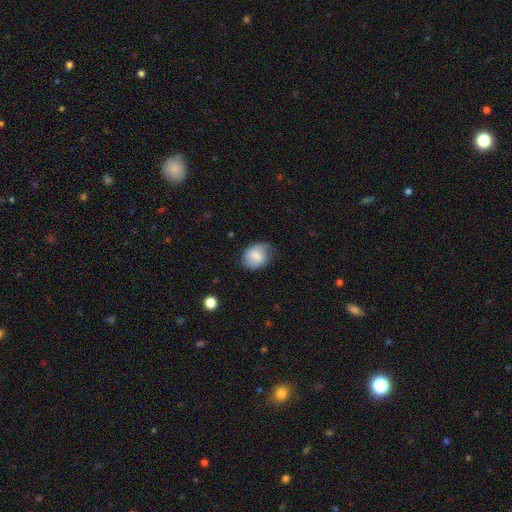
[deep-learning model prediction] smooth_or_featured: smooth (p=0.71) [alt: featured or disk p=0.22]
how_rounded: round (p=0.51) [alt: in between p=0.48]
merging: none (p=0.46) [alt: minor disturbance p=0.35]